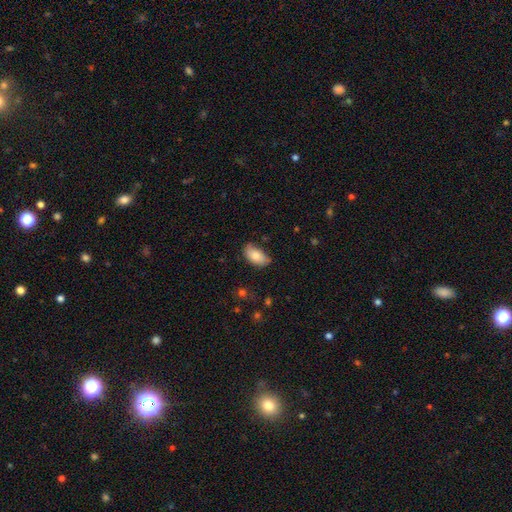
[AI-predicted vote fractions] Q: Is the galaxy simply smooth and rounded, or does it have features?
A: smooth — 80%.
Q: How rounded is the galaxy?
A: in between — 94%.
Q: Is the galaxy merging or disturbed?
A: none — 67%.